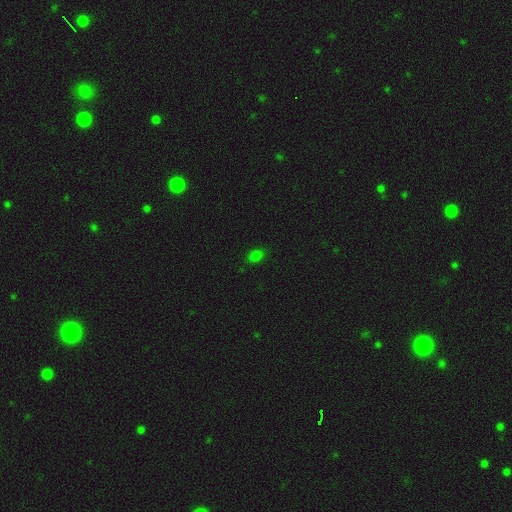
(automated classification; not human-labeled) Morphology: type=smooth (77%); roundness=in between (76%); merging=none (85%).